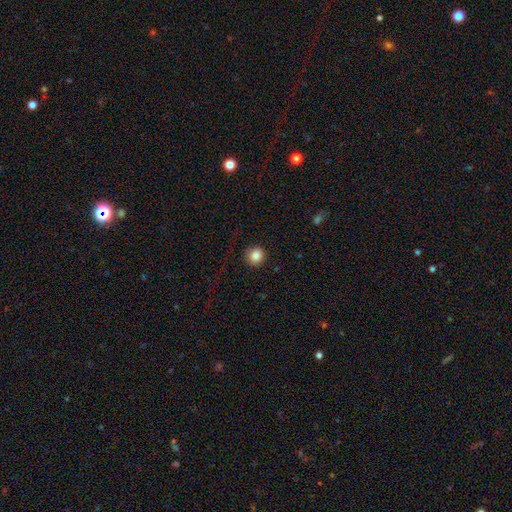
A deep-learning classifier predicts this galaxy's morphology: Smooth or featured?
  - smooth: 86% *
  - star or artifact: 9%
  - featured or disk: 4%
How rounded?
  - round: 90% *
  - in between: 9%
  - cigar-shaped: 1%
Merging?
  - none: 90% *
  - minor disturbance: 7%
  - major disturbance: 2%
  - merger: 1%